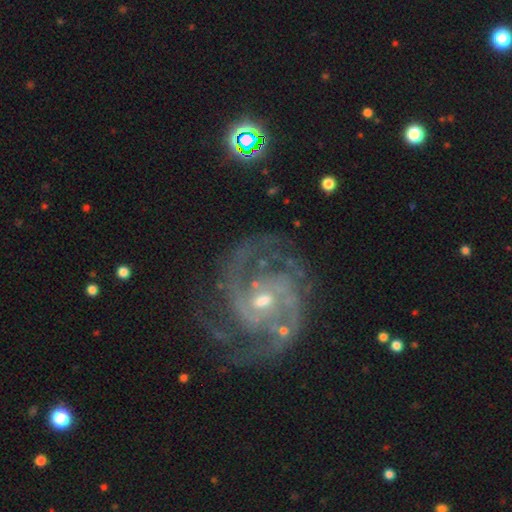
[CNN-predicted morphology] Overall: featured or disk (90%). Edge-on disk: no (98%). Bar: no (47%; weak 37%). Spiral arms: yes (98%). Spiral arm count: 2 (49%; 3 22%). Spiral winding: tight (52%; medium 42%). Bulge size: small (67%; moderate 29%). Merging: none (74%).